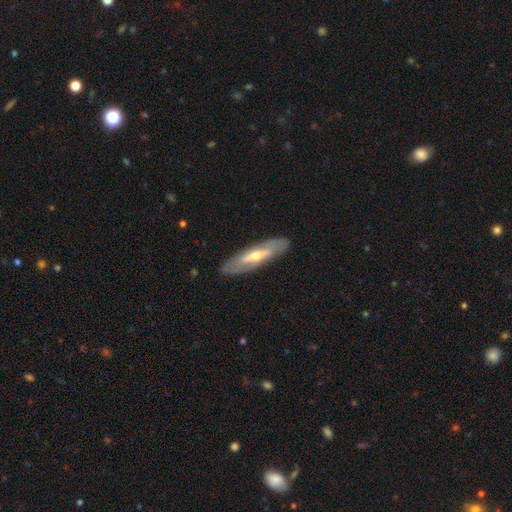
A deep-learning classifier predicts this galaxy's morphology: The model was most divided on "edge-on disk": no: 54%, yes: 46%. More confident: merging — none (86%); smooth or featured — featured or disk (66%).